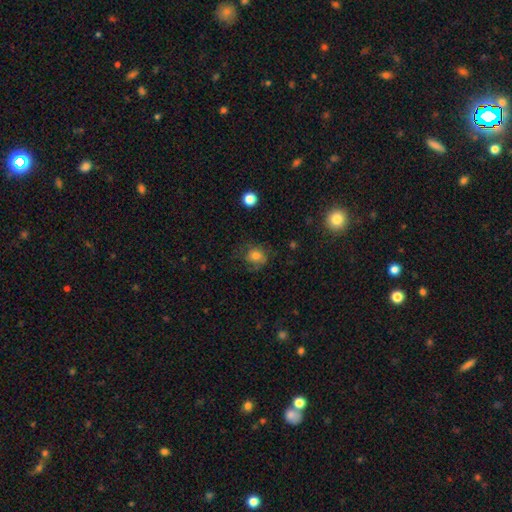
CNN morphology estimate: Smooth or featured?
  - smooth: 71% *
  - featured or disk: 17%
  - star or artifact: 12%
How rounded?
  - round: 68% *
  - in between: 32%
  - cigar-shaped: 1%
Merging?
  - none: 60% *
  - minor disturbance: 23%
  - major disturbance: 15%
  - merger: 2%